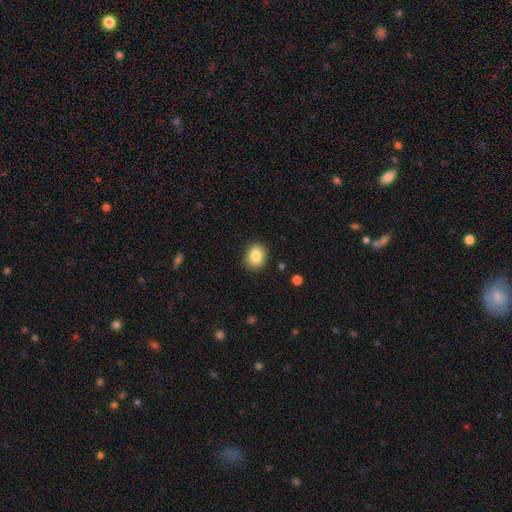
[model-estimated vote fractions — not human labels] This appears to be a smooth galaxy with no disk features (85%) that is round (57%). Merging: none (87%).